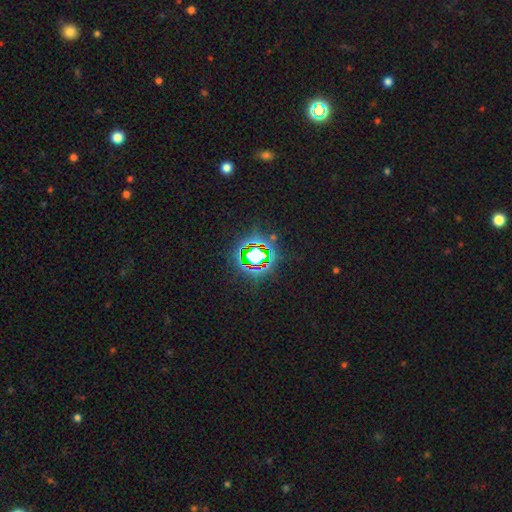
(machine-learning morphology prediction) smooth-or-featured: star or artifact: 74% | smooth: 15% | featured or disk: 10%